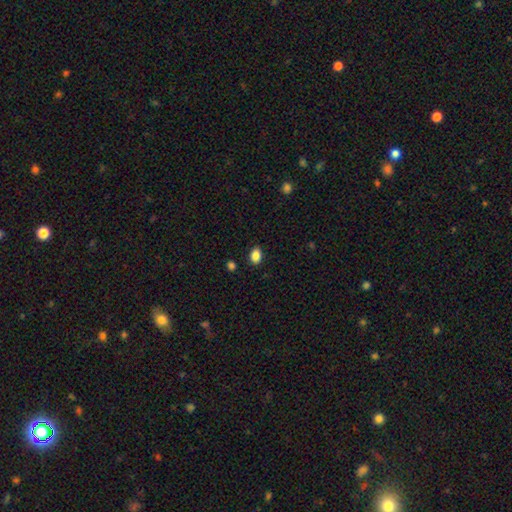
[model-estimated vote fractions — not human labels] Morphology: type=smooth (87%); roundness=in between (82%); merging=none (88%).